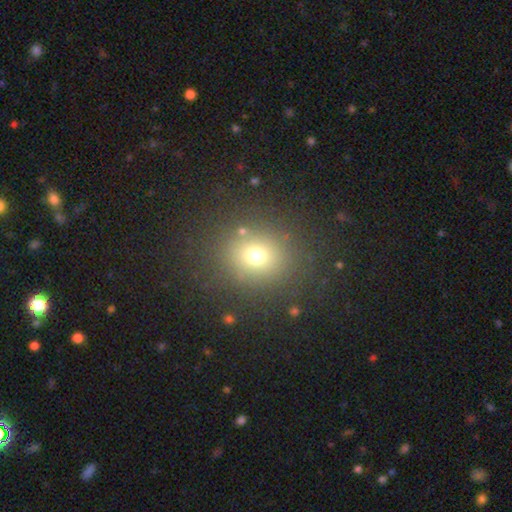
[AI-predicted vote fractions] A smooth galaxy with no disk features (70%) that is round (77%). Merging: none (84%).